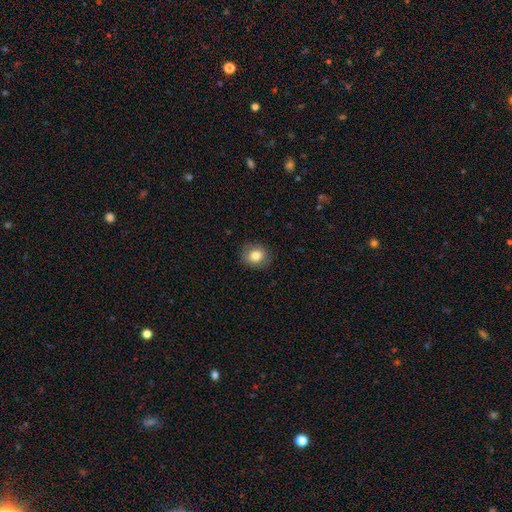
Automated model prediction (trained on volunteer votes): Smooth or featured: smooth — 81% (star or artifact — 9%)
How rounded: round — 70% (in between — 30%)
Merging: none — 87% (minor disturbance — 9%)